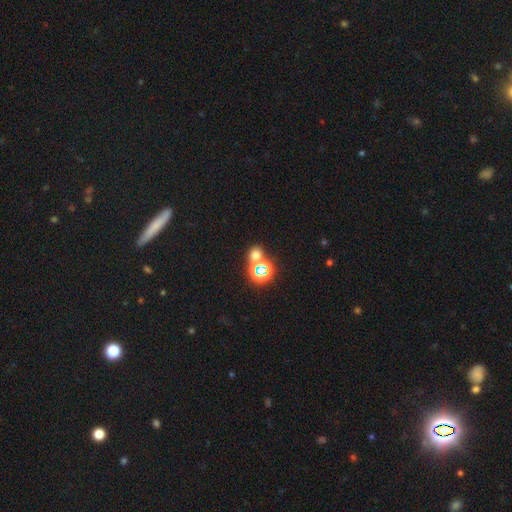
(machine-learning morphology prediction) This is possibly a smooth galaxy (53%). How rounded: likely round (79%). Merging: likely none (64%).